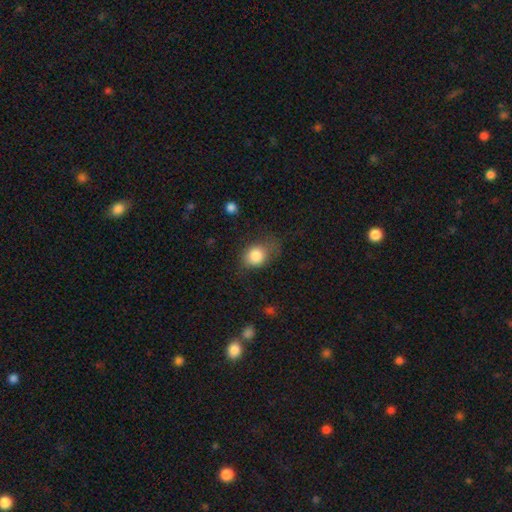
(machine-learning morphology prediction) Overall: smooth (83%). How rounded: round (56%; in between 43%). Merging: none (55%; minor disturbance 29%).